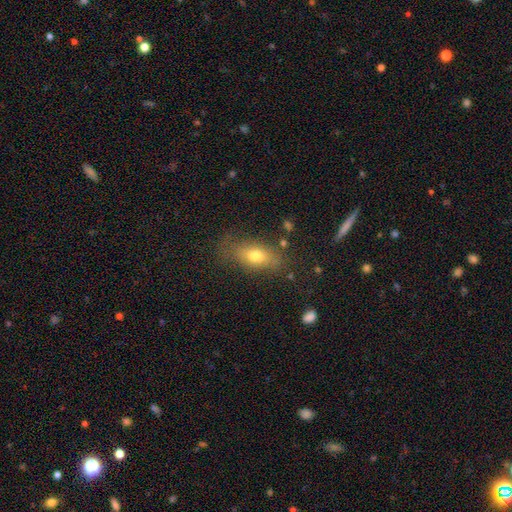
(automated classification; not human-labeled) A smooth galaxy with no disk features (72%) that is in between round and cigar-shaped (78%). Merging: none (70%).